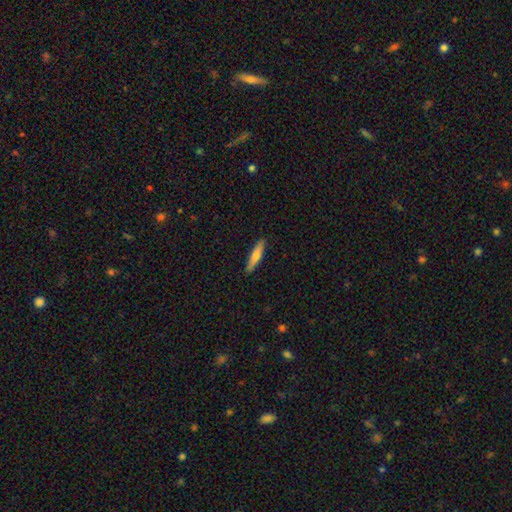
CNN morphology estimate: This appears to be a smooth galaxy with no disk features (63%) that is cigar-shaped (87%). Merging: none (90%).